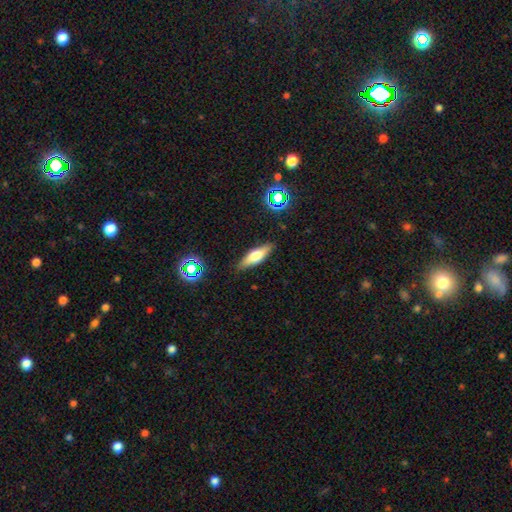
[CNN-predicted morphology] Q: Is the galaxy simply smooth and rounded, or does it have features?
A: smooth — 57%.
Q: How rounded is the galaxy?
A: cigar-shaped — 50%.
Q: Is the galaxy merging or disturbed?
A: none — 87%.